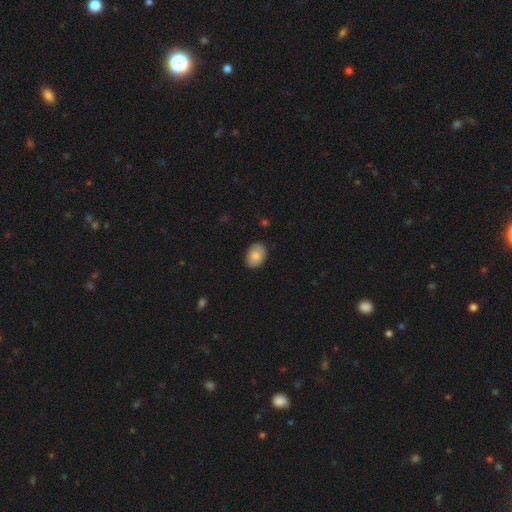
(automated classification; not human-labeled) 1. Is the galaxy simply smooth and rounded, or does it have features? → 78% smooth, 15% featured or disk, 7% star or artifact.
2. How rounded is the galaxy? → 77% in between, 22% round, 1% cigar-shaped.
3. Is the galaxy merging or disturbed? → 85% none, 11% minor disturbance, 2% major disturbance, 1% merger.